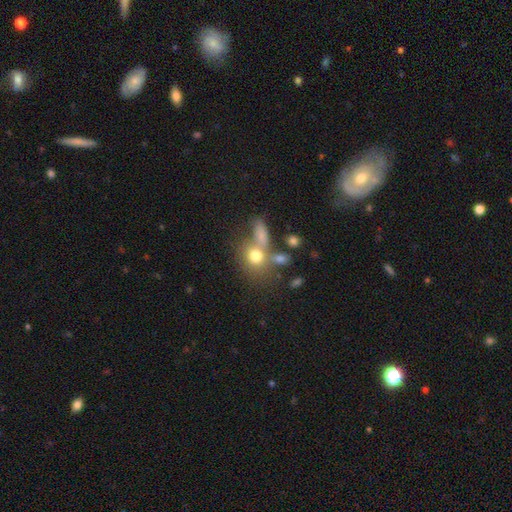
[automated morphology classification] smooth 71%, featured or disk 17%, star or artifact 12%. Down the decision tree: how rounded — round (63%); merging — none (40%).